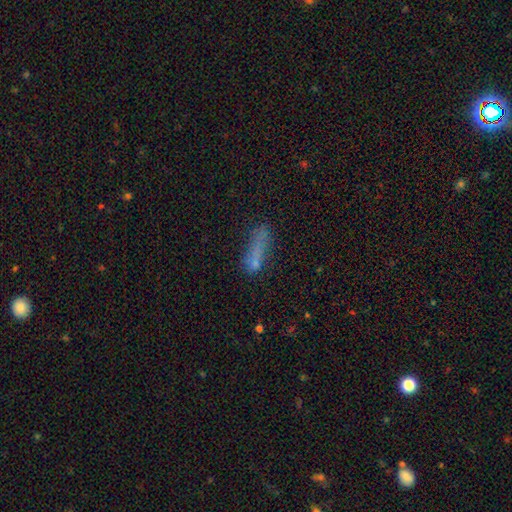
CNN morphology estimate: smooth-or-featured: smooth: 61% | featured or disk: 22% | star or artifact: 17%
  how-rounded: cigar-shaped: 61% | in between: 36% | round: 4%
  merging: none: 43% | minor disturbance: 23% | major disturbance: 20% | merger: 13%